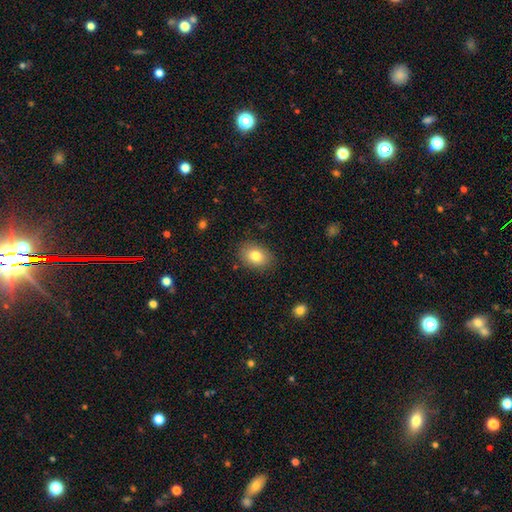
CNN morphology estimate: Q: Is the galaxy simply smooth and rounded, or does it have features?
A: smooth — 81%.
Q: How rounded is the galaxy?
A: in between — 69%.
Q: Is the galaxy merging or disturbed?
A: none — 87%.